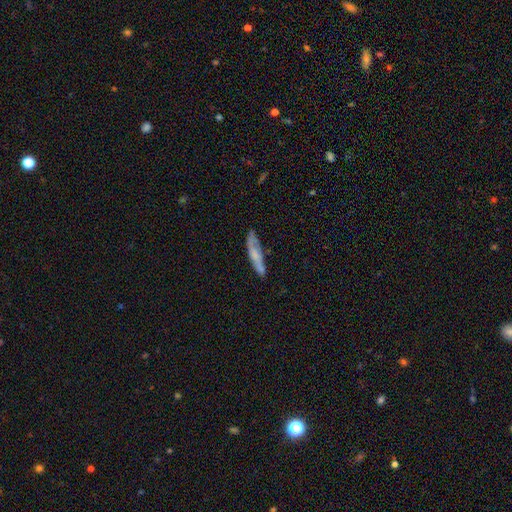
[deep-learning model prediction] Smooth or featured?
  - smooth: 51% *
  - featured or disk: 41%
  - star or artifact: 7%
How rounded?
  - cigar-shaped: 84% *
  - in between: 14%
  - round: 2%
Merging?
  - none: 67% *
  - minor disturbance: 23%
  - major disturbance: 6%
  - merger: 4%